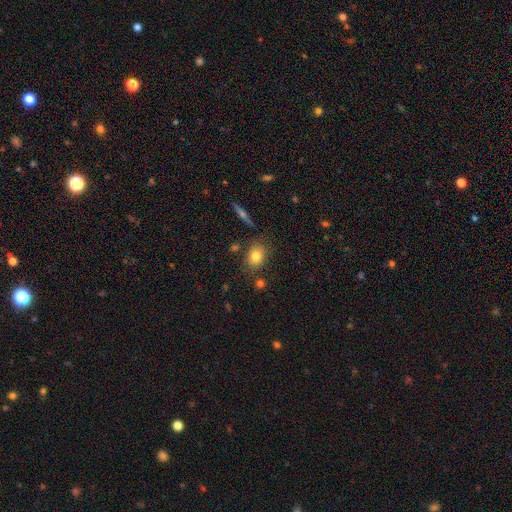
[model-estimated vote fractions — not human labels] Q: Smooth or featured?
A: smooth (78%); runner-up: featured or disk (12%)
Q: How rounded?
A: in between (65%); runner-up: round (33%)
Q: Merging?
A: none (77%); runner-up: minor disturbance (13%)